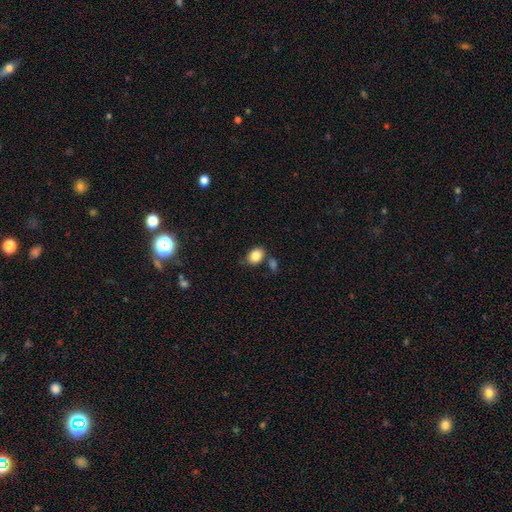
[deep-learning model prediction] Smooth or featured? Predicted: smooth (p=0.85). How rounded? Predicted: in between (p=0.69). Merging? Predicted: none (p=0.65).